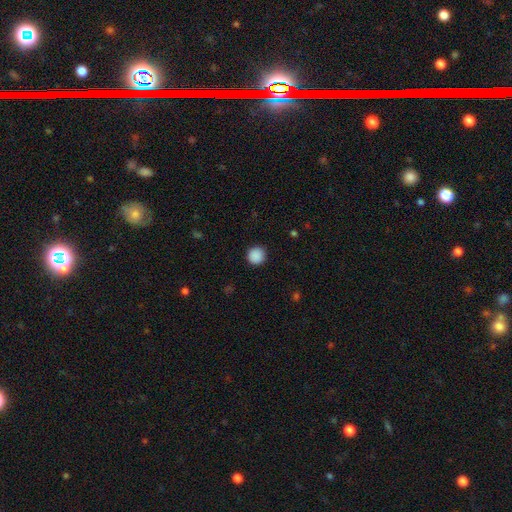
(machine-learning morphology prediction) A smooth galaxy with no disk features (89%) that is round (94%). Merging: none (92%).